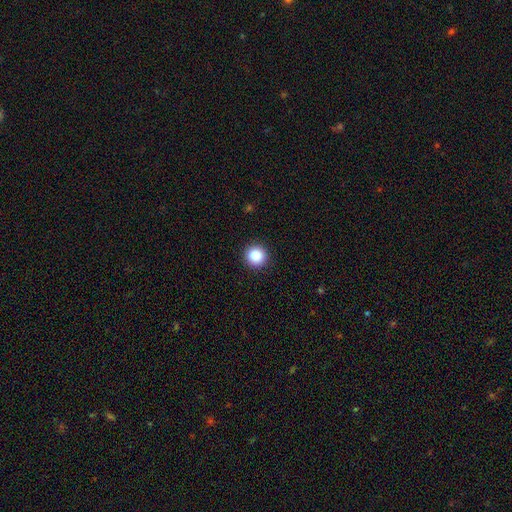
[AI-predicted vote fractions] smooth_or_featured: smooth (p=0.88) [alt: star or artifact p=0.09]
how_rounded: round (p=0.95) [alt: in between p=0.04]
merging: none (p=0.92) [alt: minor disturbance p=0.05]